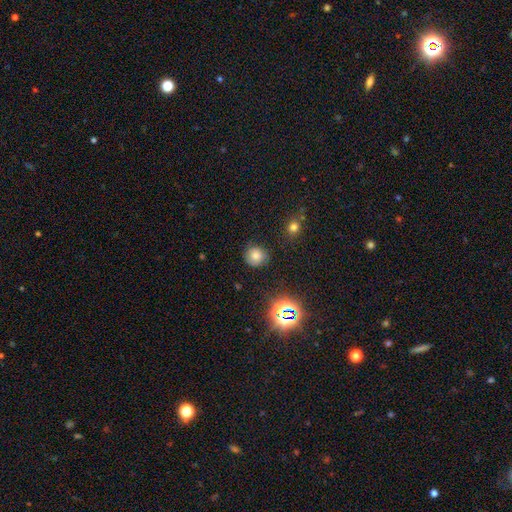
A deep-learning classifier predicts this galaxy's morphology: smooth_or_featured: smooth (p=0.74) [alt: star or artifact p=0.17]
how_rounded: round (p=0.88) [alt: in between p=0.11]
merging: none (p=0.83) [alt: minor disturbance p=0.11]